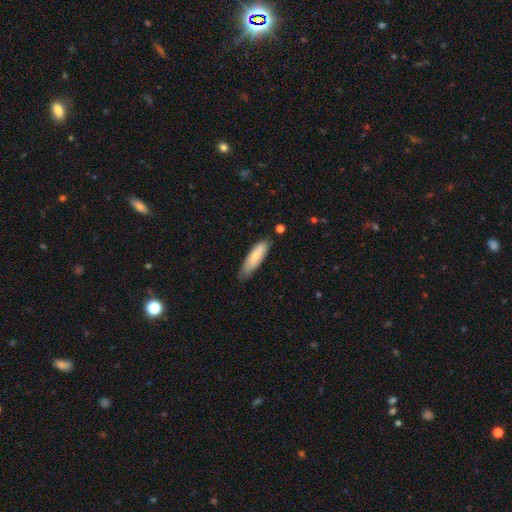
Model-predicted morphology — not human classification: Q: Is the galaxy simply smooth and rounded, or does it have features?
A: smooth — 72%.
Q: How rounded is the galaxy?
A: cigar-shaped — 52%.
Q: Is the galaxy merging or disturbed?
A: none — 62%.